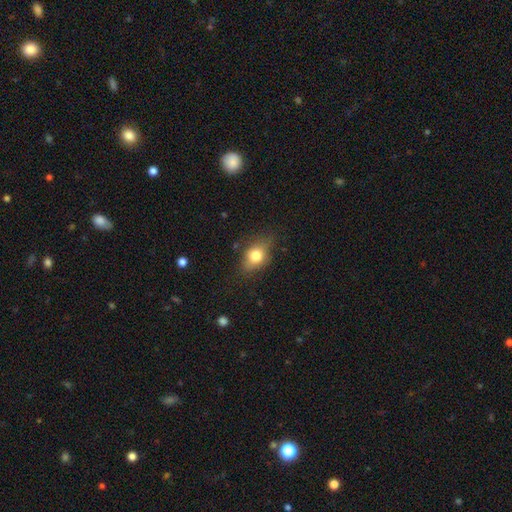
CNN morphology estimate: type=smooth (74%); roundness=in between (67%); merging=none (70%).